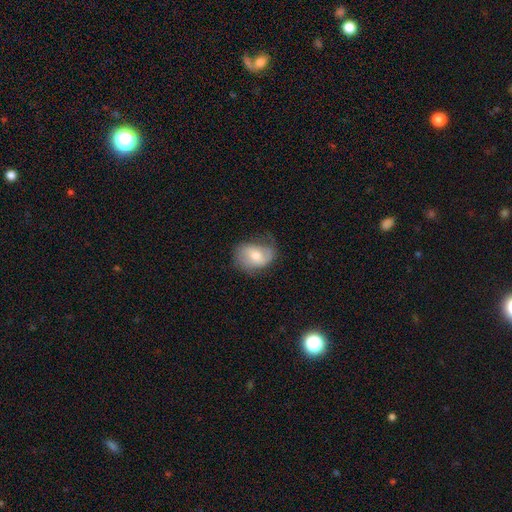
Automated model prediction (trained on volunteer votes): Morphology: type=smooth (52%); roundness=in between (69%); merging=none (51%).